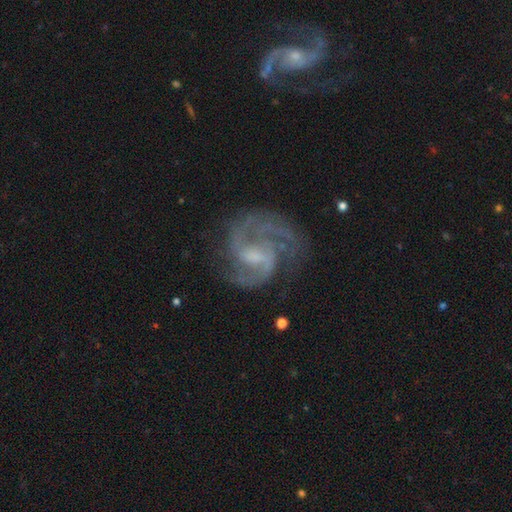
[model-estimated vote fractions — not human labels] Morphology: type=featured or disk (90%); edge-on=no (98%); bar=weak (58%); spiral arms=yes (98%); winding=medium (57%); arm count=2 (56%); bulge=small (40%); merging=none (68%).